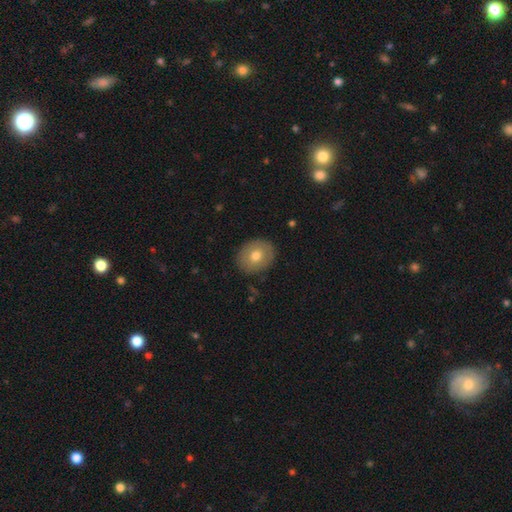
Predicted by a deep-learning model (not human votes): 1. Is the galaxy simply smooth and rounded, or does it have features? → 72% smooth, 20% featured or disk, 8% star or artifact.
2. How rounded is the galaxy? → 60% round, 39% in between, 1% cigar-shaped.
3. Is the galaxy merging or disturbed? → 88% none, 9% minor disturbance, 2% major disturbance, 1% merger.